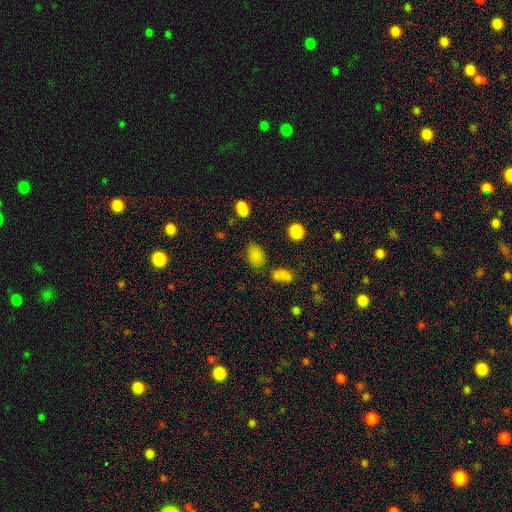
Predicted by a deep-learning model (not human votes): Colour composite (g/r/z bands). It shows a smooth galaxy with no disk features (81%) that is in between round and cigar-shaped (85%). Merging: none (73%).